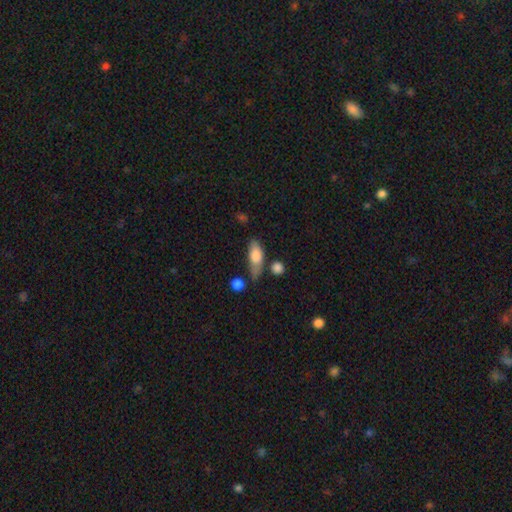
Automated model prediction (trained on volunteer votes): Morphology: type=smooth (76%); roundness=in between (76%); merging=none (46%).